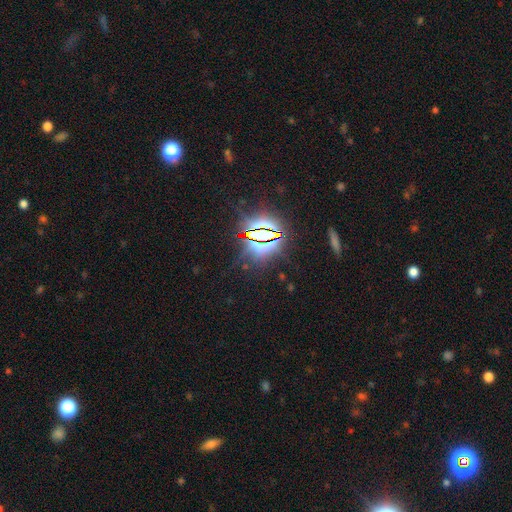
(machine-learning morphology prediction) The model was most divided on "smooth or featured": star or artifact: 82%, smooth: 10%, featured or disk: 7%.